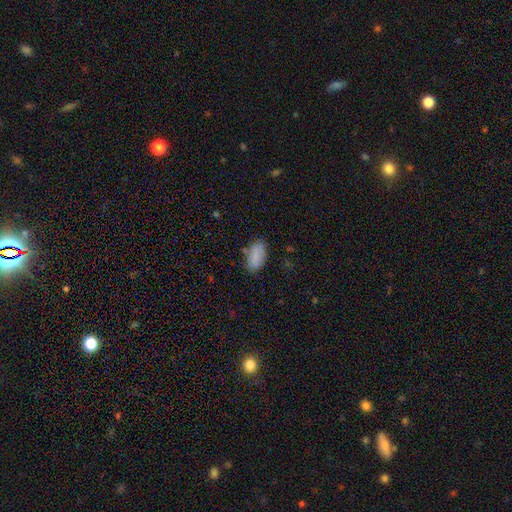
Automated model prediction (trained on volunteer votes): Smooth or featured?
  - smooth: 85% *
  - featured or disk: 8%
  - star or artifact: 8%
How rounded?
  - in between: 92% *
  - cigar-shaped: 5%
  - round: 3%
Merging?
  - none: 75% *
  - minor disturbance: 17%
  - major disturbance: 4%
  - merger: 3%